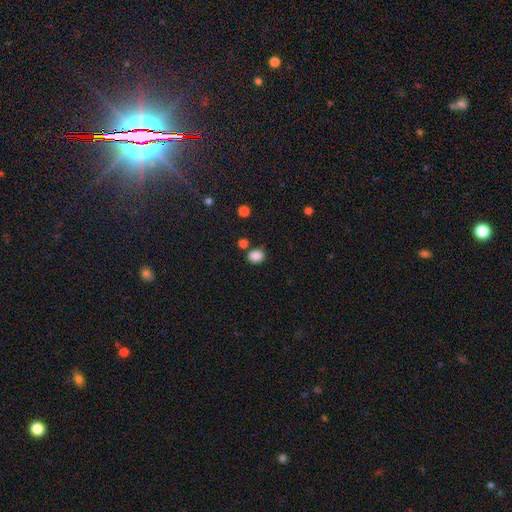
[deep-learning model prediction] smooth-or-featured: smooth: 86% | star or artifact: 11% | featured or disk: 4%
  how-rounded: in between: 52% | round: 47% | cigar-shaped: 1%
  merging: none: 72% | minor disturbance: 15% | merger: 9% | major disturbance: 4%